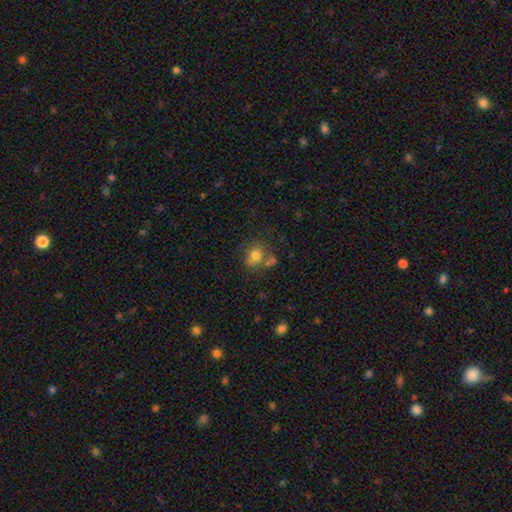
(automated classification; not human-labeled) Q: Smooth or featured?
A: smooth (75%); runner-up: featured or disk (13%)
Q: How rounded?
A: round (73%); runner-up: in between (26%)
Q: Merging?
A: none (54%); runner-up: merger (23%)